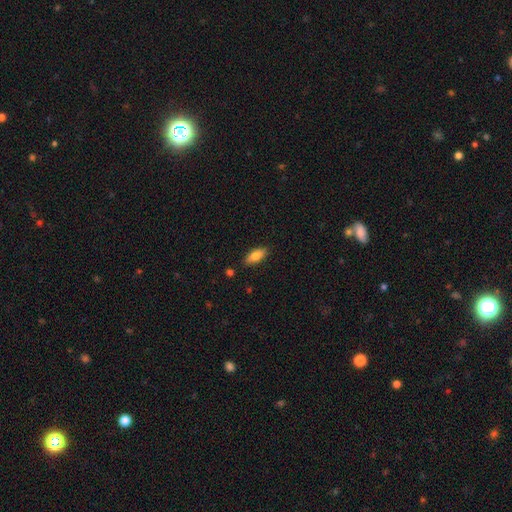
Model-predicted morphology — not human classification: Smooth or featured? Predicted: smooth (p=0.81). How rounded? Predicted: in between (p=0.80). Merging? Predicted: none (p=0.86).